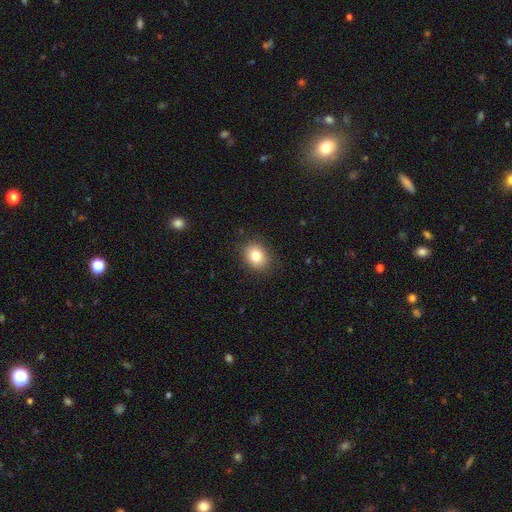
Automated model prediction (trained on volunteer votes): Smooth or featured? Predicted: smooth (p=0.82). How rounded? Predicted: round (p=0.53). Merging? Predicted: none (p=0.88).